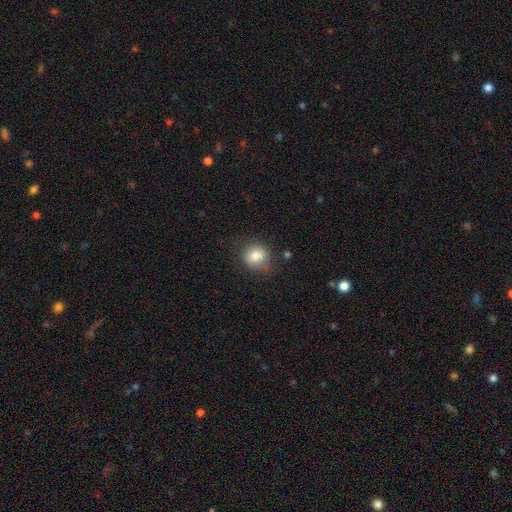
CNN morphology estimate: smooth_or_featured: smooth (p=0.81) [alt: star or artifact p=0.10]
how_rounded: round (p=0.82) [alt: in between p=0.17]
merging: none (p=0.76) [alt: minor disturbance p=0.17]